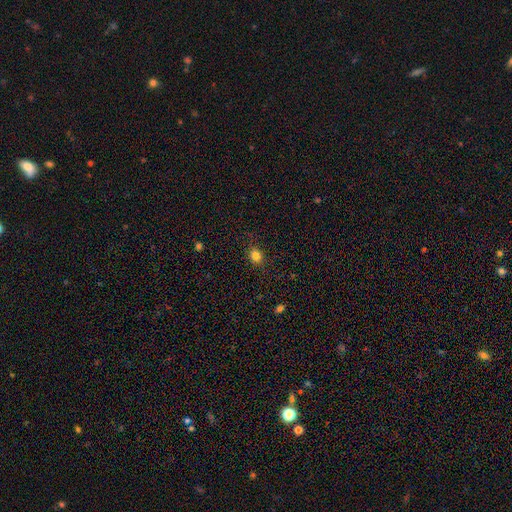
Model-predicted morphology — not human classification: smooth_or_featured: smooth (p=0.83) [alt: star or artifact p=0.12]
how_rounded: round (p=0.60) [alt: in between p=0.39]
merging: none (p=0.86) [alt: minor disturbance p=0.10]